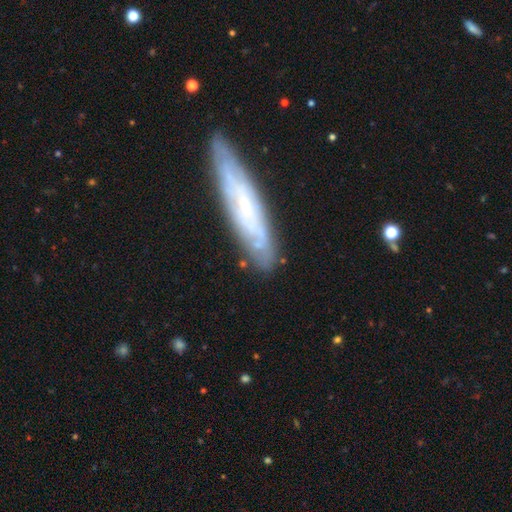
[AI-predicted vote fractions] Smooth or featured: featured or disk — 60% (smooth — 32%)
Edge-on disk: no — 62% (yes — 38%)
Merging: none — 74% (minor disturbance — 17%)